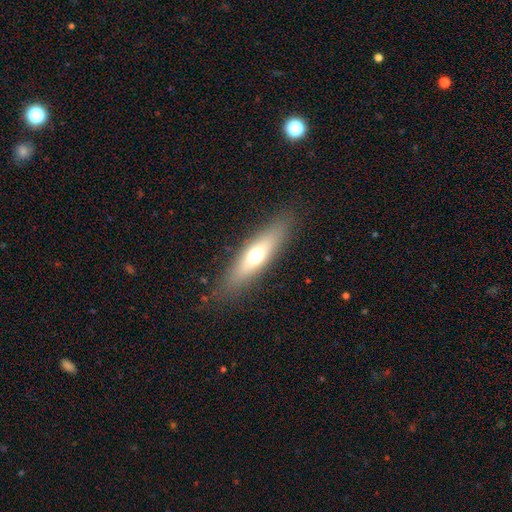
Q: Smooth or featured?
A: featured or disk (51%); runner-up: smooth (46%)
Q: Edge-on disk?
A: yes (65%); runner-up: no (35%)
Q: Edge-on bulge?
A: rounded (85%); runner-up: none (15%)
Q: Merging?
A: none (71%); runner-up: major disturbance (18%)